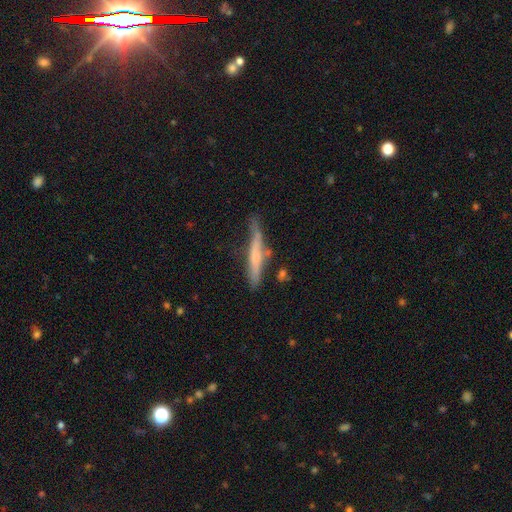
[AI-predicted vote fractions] A featured or disk galaxy (48%).

Vote fractions:
- Smooth or featured? featured or disk: 48% / smooth: 45% / star or artifact: 6%
- Merging? none: 61% / minor disturbance: 26% / major disturbance: 7% / merger: 7%